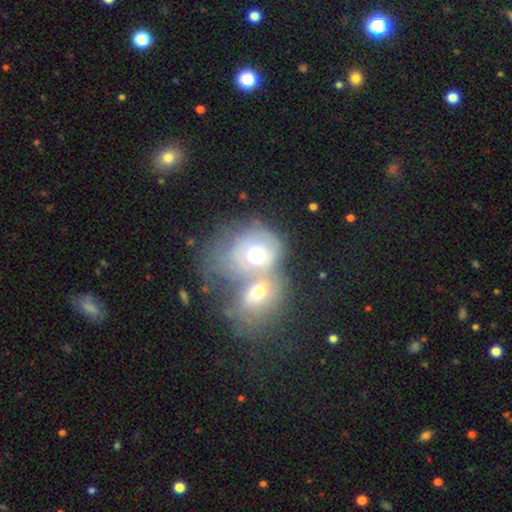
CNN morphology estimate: This appears to be a smooth galaxy with no disk features (51%) that is round (59%). Merging: merger (75%).